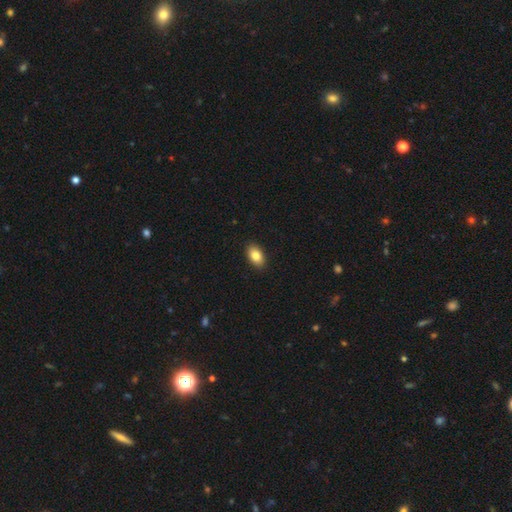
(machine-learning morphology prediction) This appears to be a smooth galaxy with no disk features (84%) that is in between round and cigar-shaped (92%). Merging: none (90%).